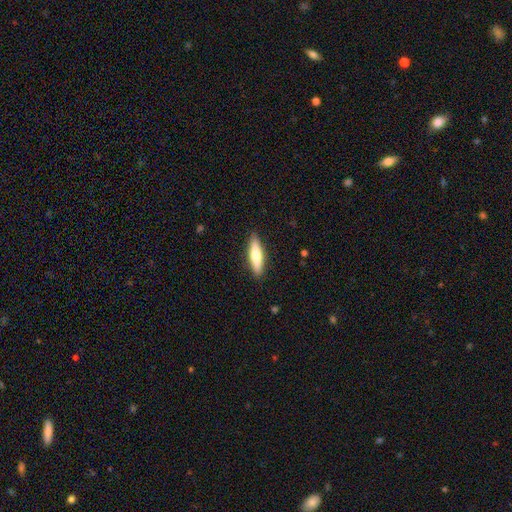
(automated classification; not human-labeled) Q: Smooth or featured?
A: smooth (65%); runner-up: featured or disk (30%)
Q: How rounded?
A: cigar-shaped (71%); runner-up: in between (27%)
Q: Merging?
A: none (89%); runner-up: minor disturbance (8%)